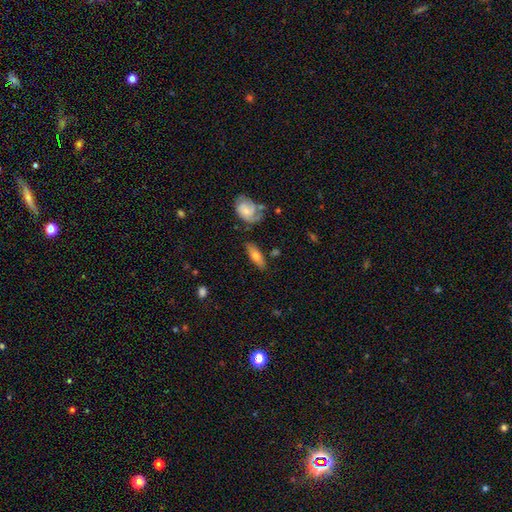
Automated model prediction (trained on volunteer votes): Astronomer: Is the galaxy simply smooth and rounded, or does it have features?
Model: smooth — 62%.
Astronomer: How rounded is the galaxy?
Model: in between — 61% (runner-up: cigar-shaped, 36%).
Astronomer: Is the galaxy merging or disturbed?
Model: none — 73%.